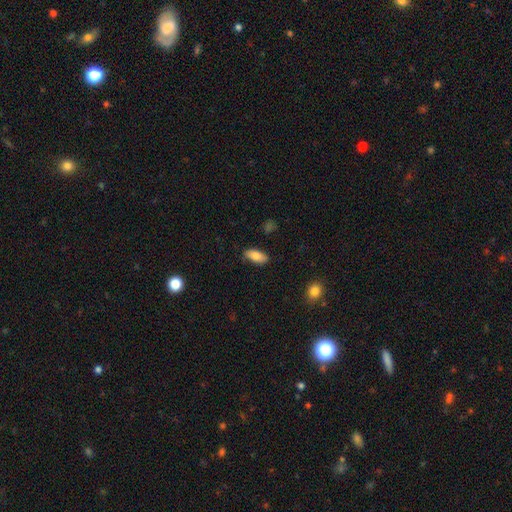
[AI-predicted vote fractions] smooth 83%, featured or disk 10%, star or artifact 7%. Down the decision tree: how rounded — in between (88%); merging — none (85%).